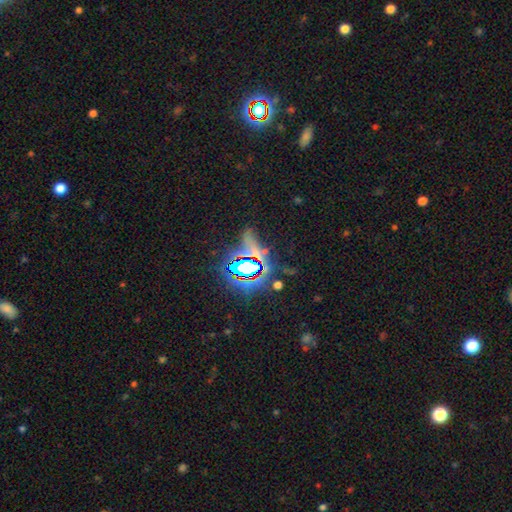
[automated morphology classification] Smooth or featured?
  - star or artifact: 73% *
  - smooth: 15%
  - featured or disk: 11%